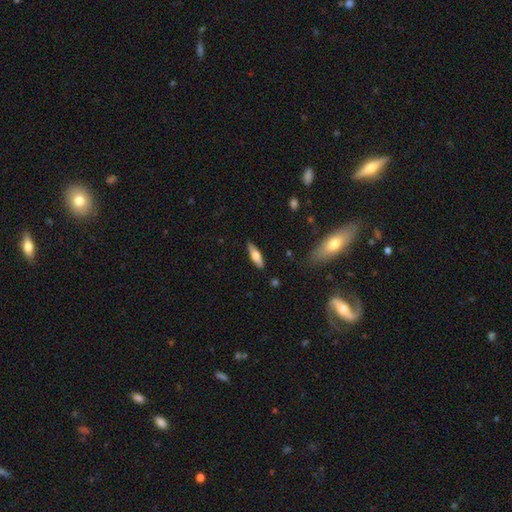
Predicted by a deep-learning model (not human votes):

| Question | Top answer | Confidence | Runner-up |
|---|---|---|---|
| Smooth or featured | smooth | 56% | featured or disk (38%) |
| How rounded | cigar-shaped | 58% | in between (40%) |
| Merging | none | 87% | minor disturbance (10%) |